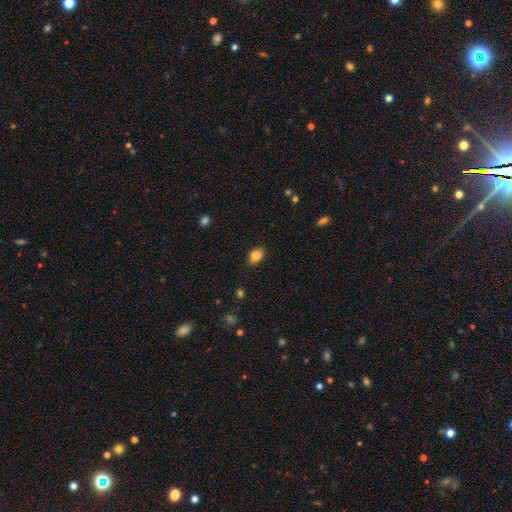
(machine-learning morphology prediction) Smooth or featured?
  - smooth: 84% *
  - star or artifact: 9%
  - featured or disk: 6%
How rounded?
  - in between: 74% *
  - round: 25%
  - cigar-shaped: 1%
Merging?
  - none: 86% *
  - minor disturbance: 10%
  - major disturbance: 2%
  - merger: 1%